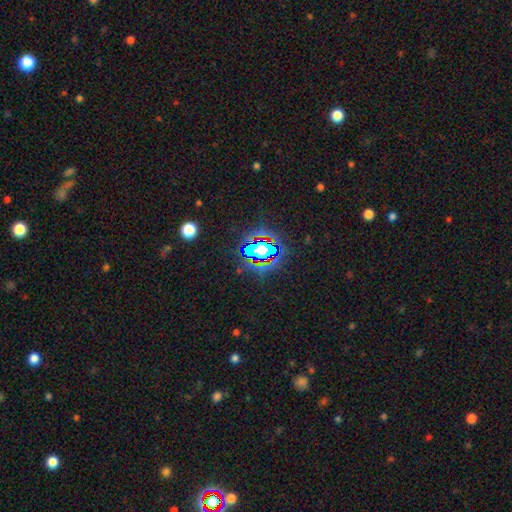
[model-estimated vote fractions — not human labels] The model was most divided on "smooth or featured": star or artifact: 82%, smooth: 10%, featured or disk: 8%.